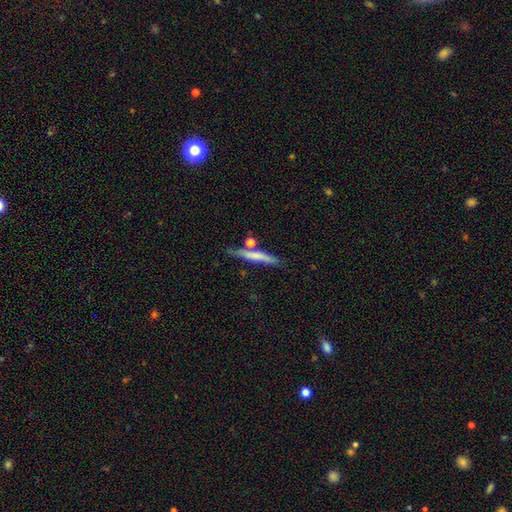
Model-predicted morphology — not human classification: This appears to be a smooth galaxy with no disk features (61%) that is cigar-shaped (92%). Merging: none (71%).